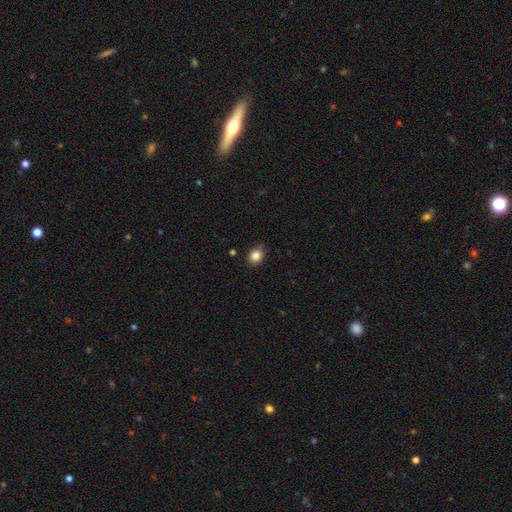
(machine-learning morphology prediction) Smooth or featured: smooth — 85% (star or artifact — 11%)
How rounded: round — 64% (in between — 35%)
Merging: none — 83% (minor disturbance — 13%)